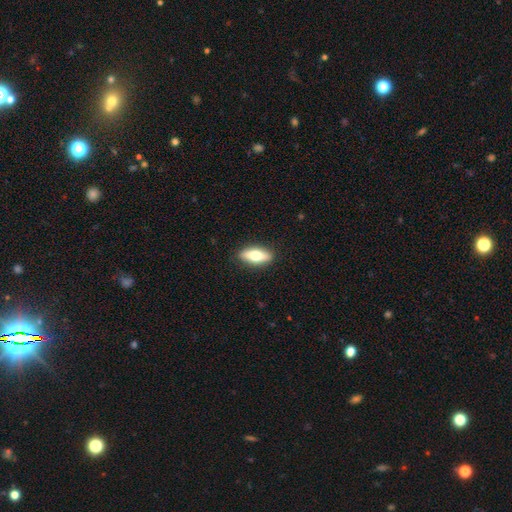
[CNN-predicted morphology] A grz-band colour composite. It shows a smooth galaxy with no disk features (61%) that is in between round and cigar-shaped (73%). Merging: none (89%).